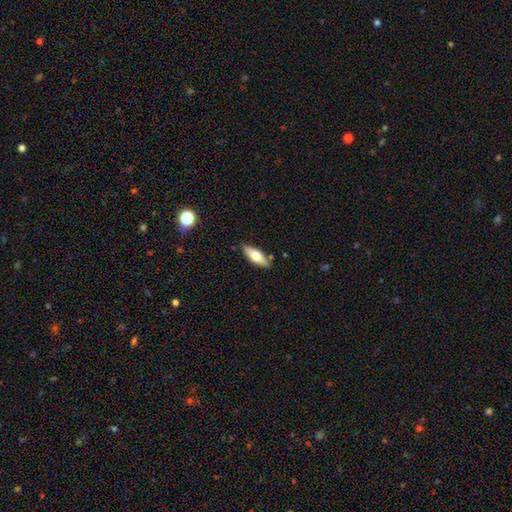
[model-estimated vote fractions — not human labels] A smooth galaxy with no disk features (60%) that is in between round and cigar-shaped (63%).

Vote fractions:
- Smooth or featured? smooth: 60% / featured or disk: 34% / star or artifact: 6%
- How rounded? in between: 63% / cigar-shaped: 34% / round: 2%
- Merging? none: 84% / minor disturbance: 11% / merger: 2% / major disturbance: 2%